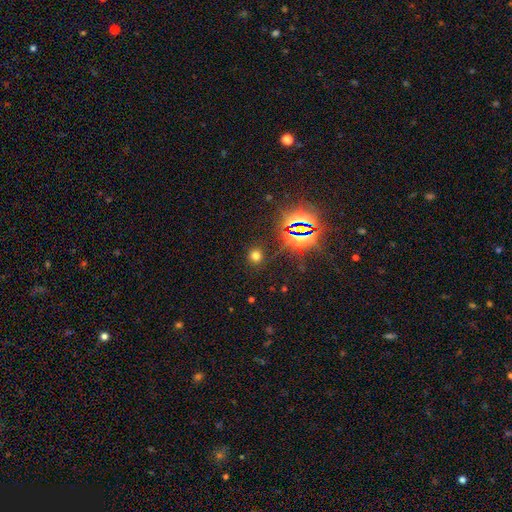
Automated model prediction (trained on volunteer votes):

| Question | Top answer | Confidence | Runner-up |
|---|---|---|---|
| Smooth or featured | smooth | 63% | star or artifact (30%) |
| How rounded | round | 88% | in between (11%) |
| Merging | none | 87% | minor disturbance (7%) |